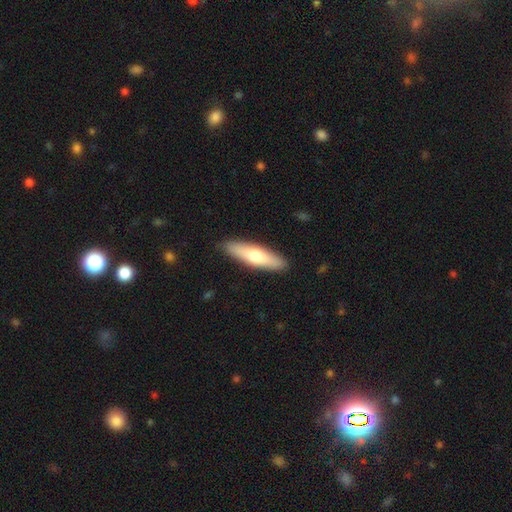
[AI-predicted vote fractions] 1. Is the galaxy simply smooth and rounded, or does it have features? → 62% smooth, 33% featured or disk, 5% star or artifact.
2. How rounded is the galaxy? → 75% cigar-shaped, 24% in between, 2% round.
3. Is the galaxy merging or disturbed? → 90% none, 8% minor disturbance, 2% major disturbance, 1% merger.